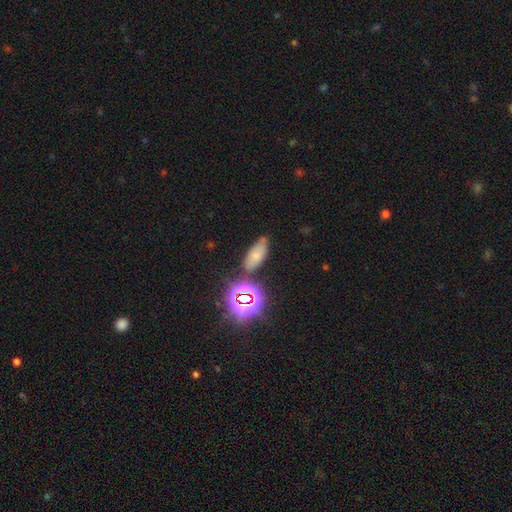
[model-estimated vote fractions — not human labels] Smooth or featured? Predicted: smooth (p=0.59). How rounded? Predicted: in between (p=0.84). Merging? Predicted: none (p=0.68).